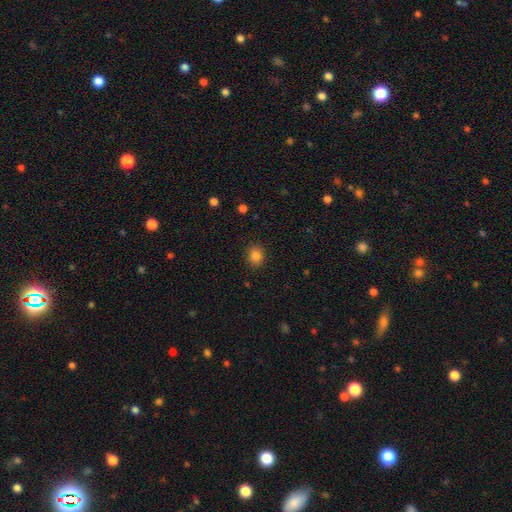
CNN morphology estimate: Smooth or featured?
  - smooth: 84% *
  - star or artifact: 12%
  - featured or disk: 5%
How rounded?
  - round: 75% *
  - in between: 24%
  - cigar-shaped: 1%
Merging?
  - none: 89% *
  - minor disturbance: 7%
  - major disturbance: 2%
  - merger: 1%